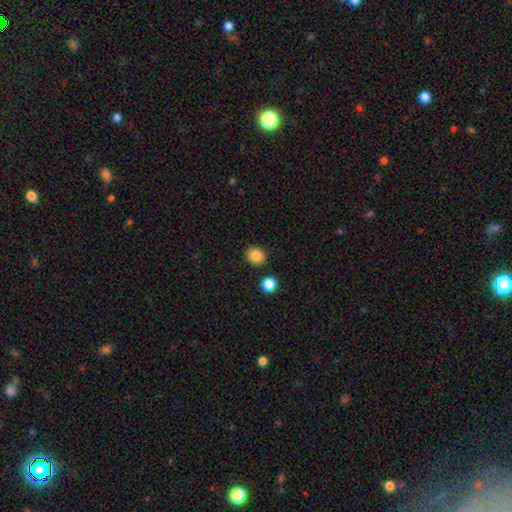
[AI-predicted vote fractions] Smooth or featured? Predicted: smooth (p=0.85). How rounded? Predicted: round (p=0.74). Merging? Predicted: none (p=0.88).